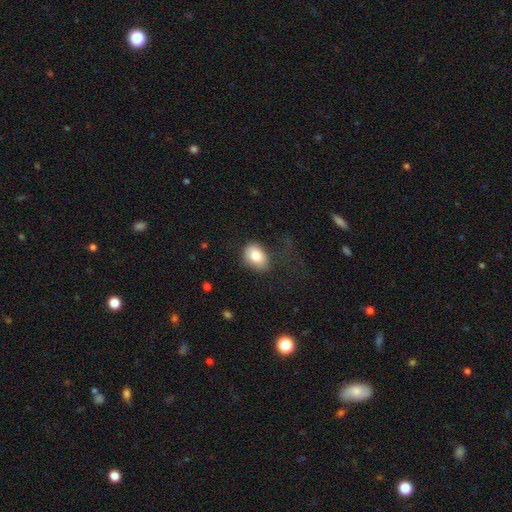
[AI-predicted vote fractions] smooth_or_featured: smooth (p=0.82) [alt: featured or disk p=0.10]
how_rounded: in between (p=0.75) [alt: round p=0.24]
merging: none (p=0.59) [alt: minor disturbance p=0.25]